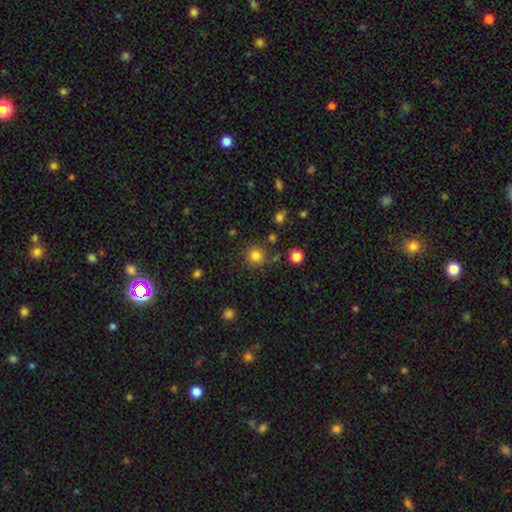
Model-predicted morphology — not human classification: Smooth or featured? smooth (81%)
How rounded? round (93%)
Merging? none (82%)